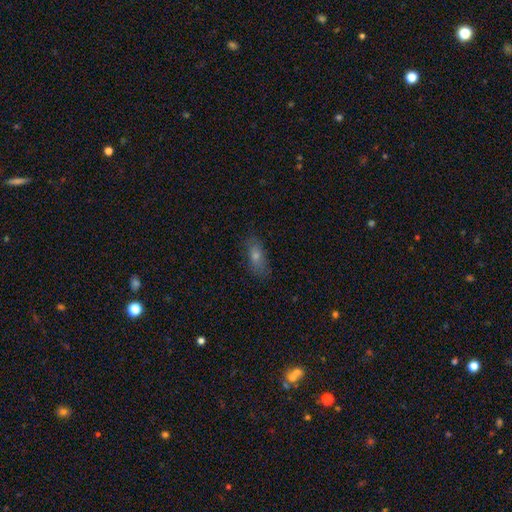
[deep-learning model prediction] smooth_or_featured: smooth (p=0.61) [alt: featured or disk p=0.23]
how_rounded: in between (p=0.70) [alt: cigar-shaped p=0.25]
merging: none (p=0.81) [alt: minor disturbance p=0.14]